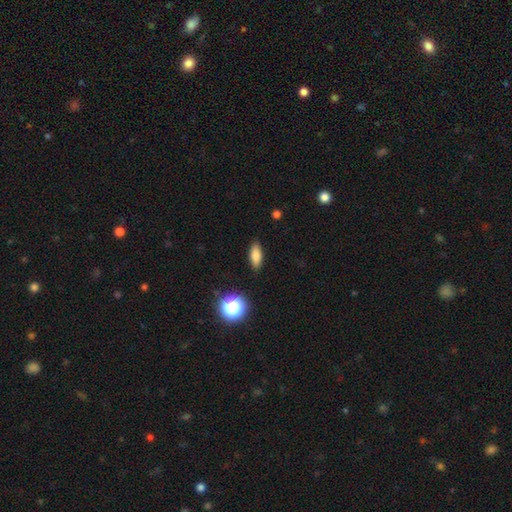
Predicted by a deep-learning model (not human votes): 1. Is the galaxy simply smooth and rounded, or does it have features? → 81% smooth, 11% star or artifact, 9% featured or disk.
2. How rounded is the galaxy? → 75% in between, 20% cigar-shaped, 5% round.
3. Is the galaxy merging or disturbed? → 87% none, 9% minor disturbance, 2% major disturbance, 1% merger.